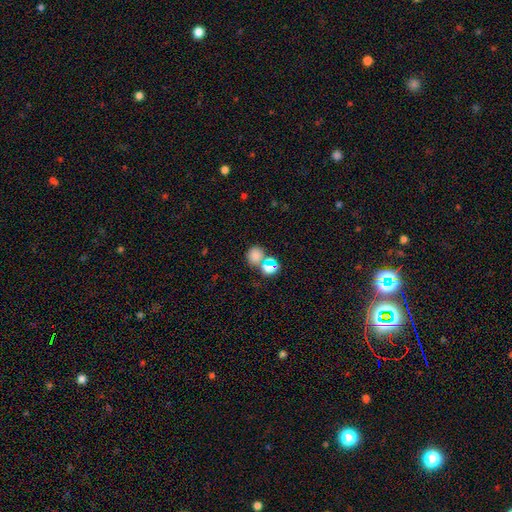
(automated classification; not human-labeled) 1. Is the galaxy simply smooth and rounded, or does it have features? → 75% smooth, 17% star or artifact, 8% featured or disk.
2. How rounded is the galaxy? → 79% round, 20% in between, 1% cigar-shaped.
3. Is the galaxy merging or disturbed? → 51% none, 36% merger, 9% minor disturbance, 4% major disturbance.